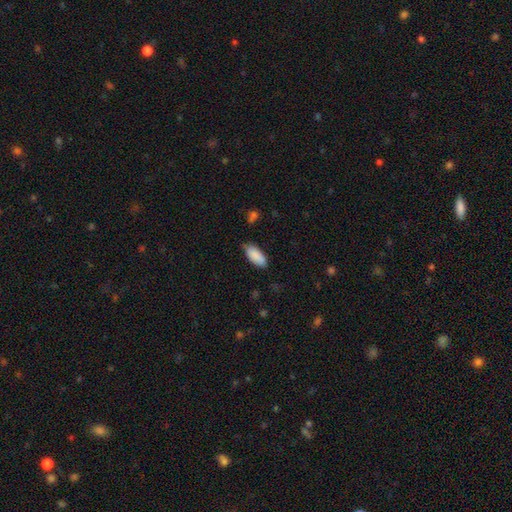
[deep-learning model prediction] This appears to be a smooth galaxy with no disk features (90%) that is in between round and cigar-shaped (88%). Merging: none (77%).